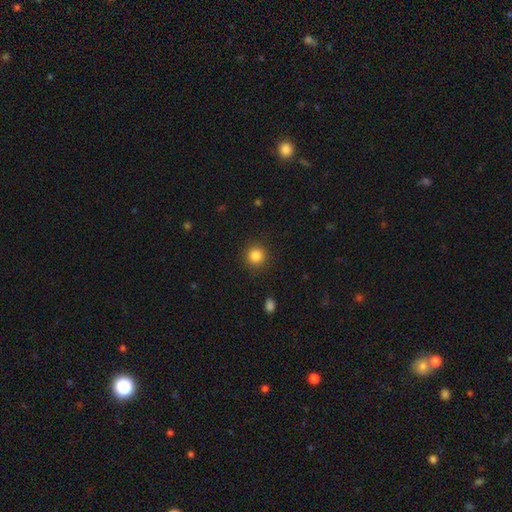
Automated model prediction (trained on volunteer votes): smooth-or-featured: smooth: 85% | star or artifact: 11% | featured or disk: 4%
  how-rounded: round: 93% | in between: 6% | cigar-shaped: 1%
  merging: none: 90% | minor disturbance: 6% | major disturbance: 2% | merger: 1%